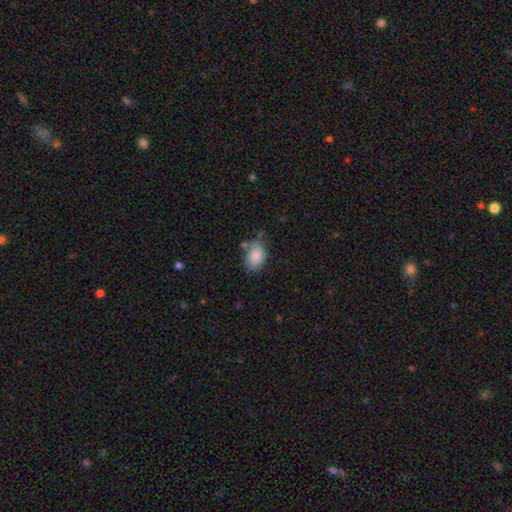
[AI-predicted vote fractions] Morphology: type=smooth (84%); roundness=in between (80%); merging=none (56%).